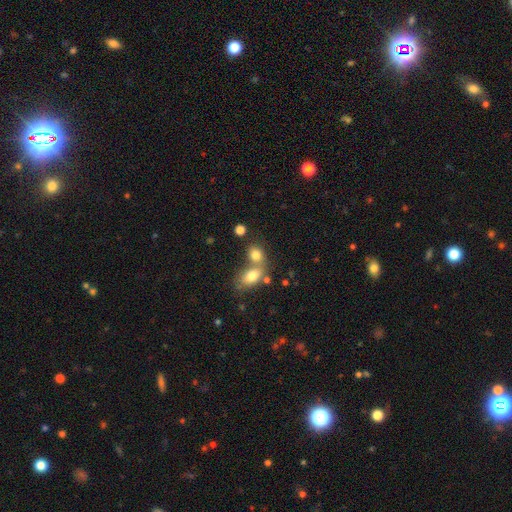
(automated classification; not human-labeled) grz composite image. It shows a smooth galaxy with no disk features (78%) that is in between round and cigar-shaped (65%). Merging: merger (54%).